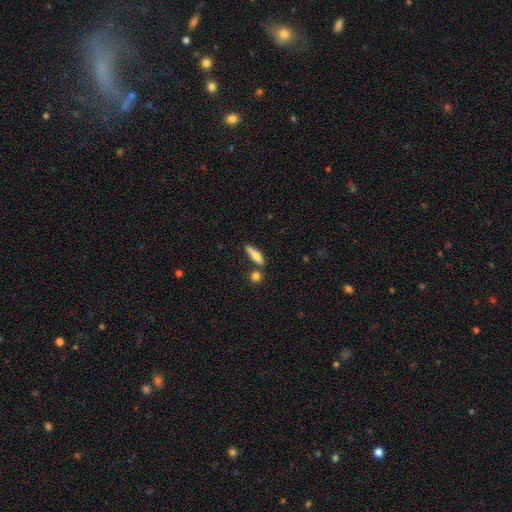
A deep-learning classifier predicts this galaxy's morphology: smooth-or-featured: smooth: 66% | featured or disk: 27% | star or artifact: 6%
  how-rounded: cigar-shaped: 65% | in between: 31% | round: 4%
  merging: none: 70% | minor disturbance: 14% | merger: 12% | major disturbance: 4%